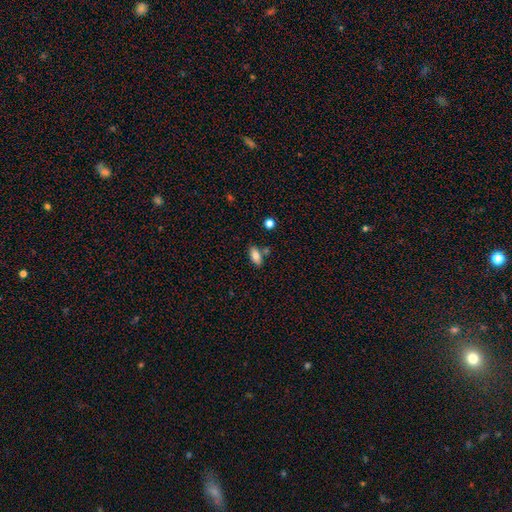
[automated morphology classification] A smooth galaxy with no disk features (78%) that is in between round and cigar-shaped (85%). Merging: none (76%).